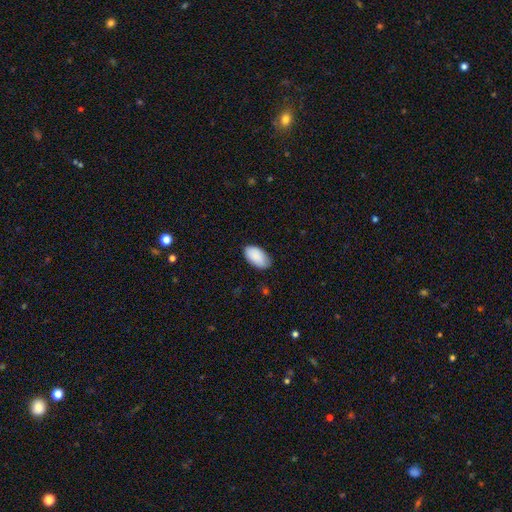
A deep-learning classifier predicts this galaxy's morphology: Overall: smooth (89%). How rounded: in between (96%). Merging: none (80%).